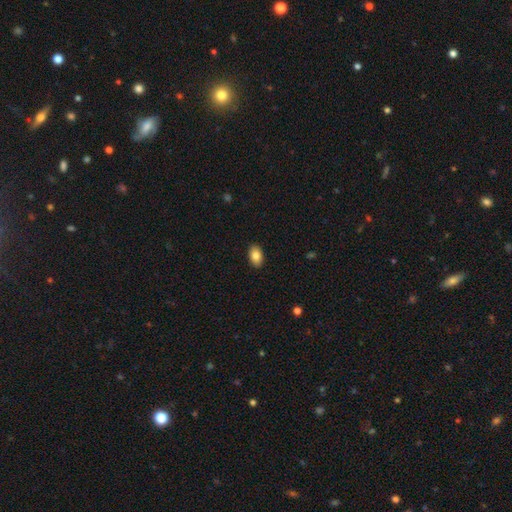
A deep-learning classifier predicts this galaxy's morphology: The model was most divided on "smooth or featured": smooth: 84%, featured or disk: 8%, star or artifact: 7%. More confident: how rounded — in between (90%); merging — none (90%).